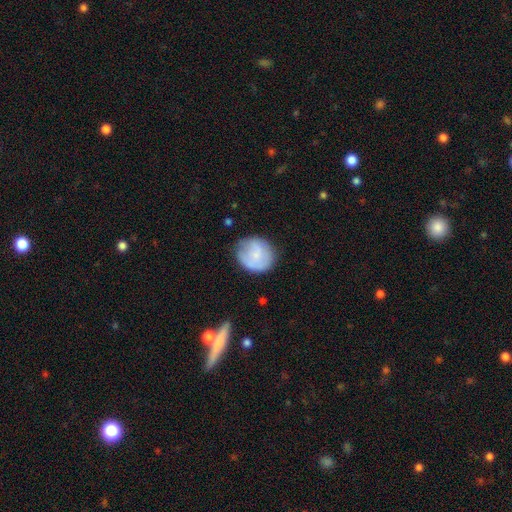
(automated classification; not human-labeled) A smooth galaxy with no disk features (66%) that is round (83%). Merging: none (66%).